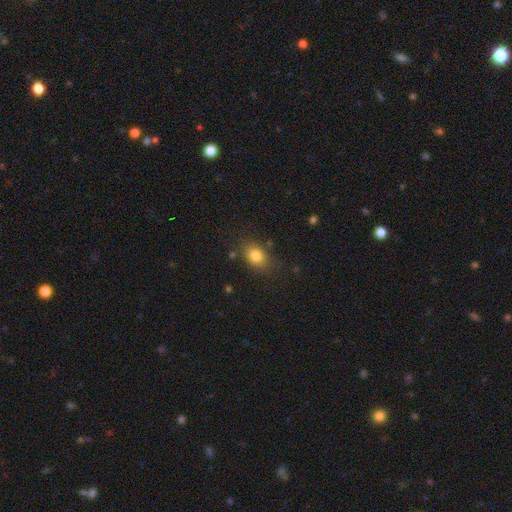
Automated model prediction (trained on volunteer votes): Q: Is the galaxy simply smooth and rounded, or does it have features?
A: smooth — 81%.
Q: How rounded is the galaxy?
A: in between — 68%.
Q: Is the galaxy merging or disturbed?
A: none — 78%.